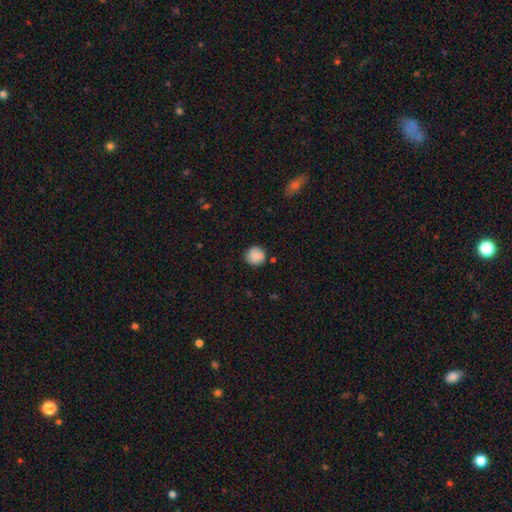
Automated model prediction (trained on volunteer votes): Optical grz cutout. It shows a smooth galaxy with no disk features (85%) that is round (90%). Merging: none (76%).